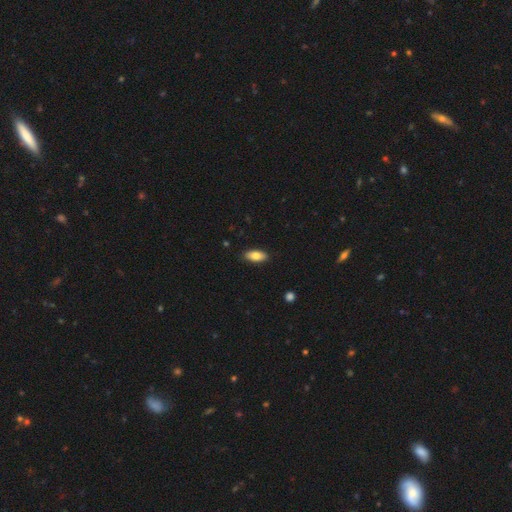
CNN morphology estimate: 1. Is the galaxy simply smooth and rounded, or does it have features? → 81% smooth, 13% featured or disk, 7% star or artifact.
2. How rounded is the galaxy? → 86% in between, 12% cigar-shaped, 2% round.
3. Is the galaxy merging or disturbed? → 88% none, 9% minor disturbance, 2% major disturbance, 1% merger.